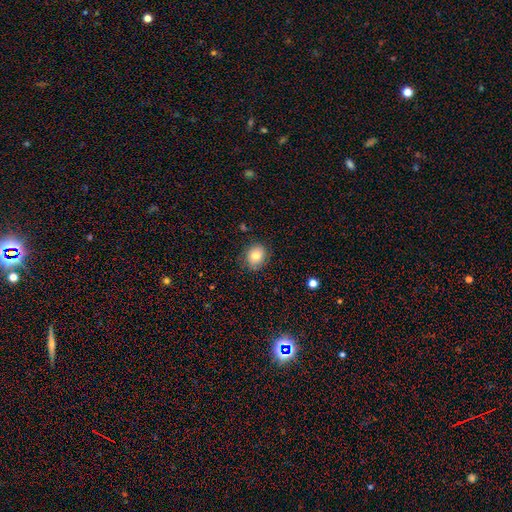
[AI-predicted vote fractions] smooth-or-featured: smooth: 78% | featured or disk: 12% | star or artifact: 10%
  how-rounded: round: 63% | in between: 36% | cigar-shaped: 1%
  merging: none: 82% | minor disturbance: 14% | major disturbance: 3% | merger: 1%